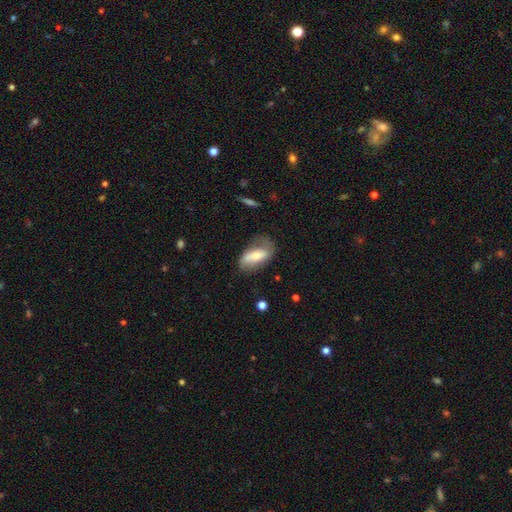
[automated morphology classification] Q: Smooth or featured?
A: featured or disk (47%); runner-up: smooth (46%)
Q: Merging?
A: none (52%); runner-up: minor disturbance (28%)